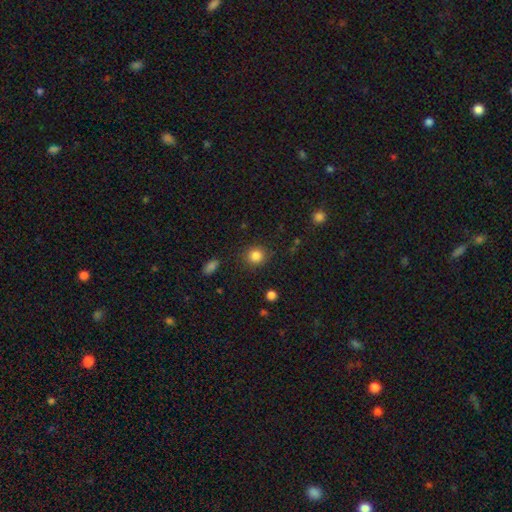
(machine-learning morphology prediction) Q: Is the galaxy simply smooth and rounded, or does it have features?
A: smooth — 85%.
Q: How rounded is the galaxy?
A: round — 88%.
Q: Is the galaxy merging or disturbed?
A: none — 87%.